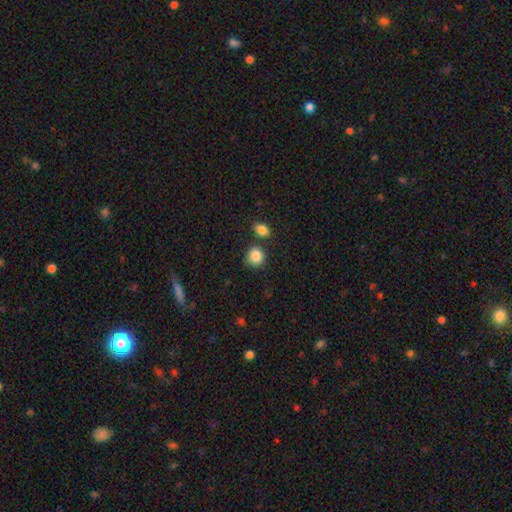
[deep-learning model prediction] smooth_or_featured: smooth (p=0.87) [alt: star or artifact p=0.09]
how_rounded: round (p=0.86) [alt: in between p=0.13]
merging: none (p=0.76) [alt: merger p=0.11]